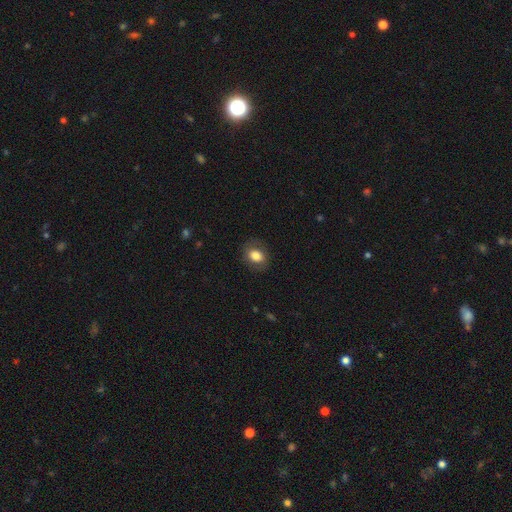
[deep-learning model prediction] Overall: smooth (78%). How rounded: in between (58%; round 41%). Merging: none (81%).